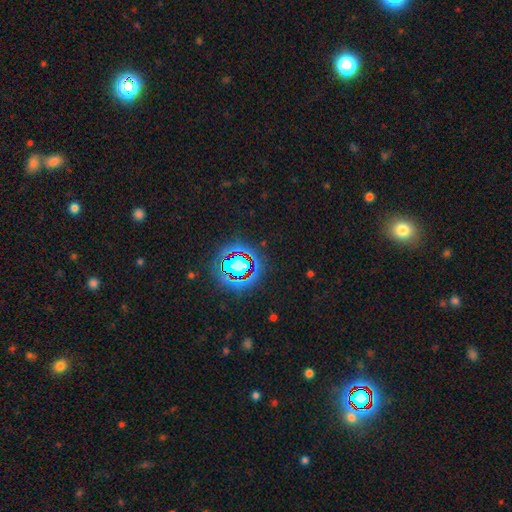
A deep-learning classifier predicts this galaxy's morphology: Q: Smooth or featured?
A: star or artifact (80%); runner-up: smooth (12%)